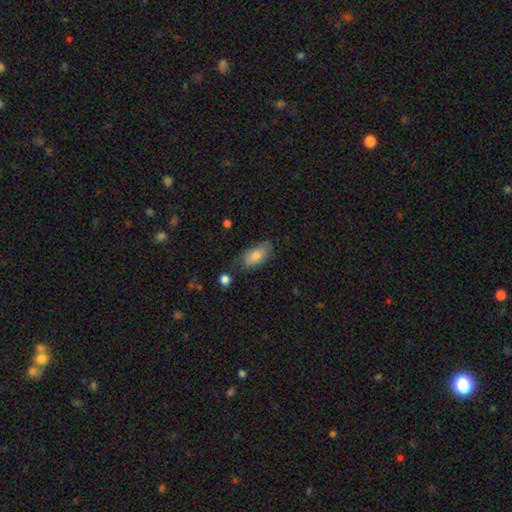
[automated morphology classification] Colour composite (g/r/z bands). It shows a smooth galaxy with no disk features (78%) that is in between round and cigar-shaped (91%). Merging: none (65%).